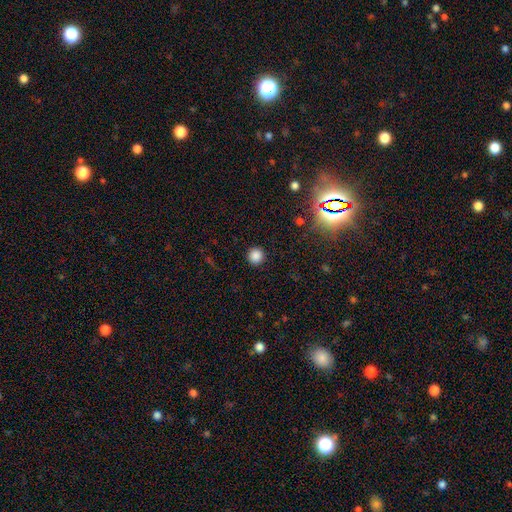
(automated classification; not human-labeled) A smooth galaxy with no disk features (85%) that is round (95%). Merging: none (92%).